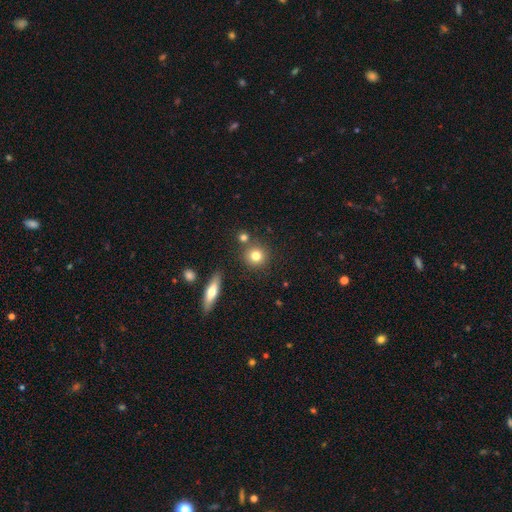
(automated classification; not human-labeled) Overall: smooth (79%). How rounded: round (90%). Merging: none (79%).